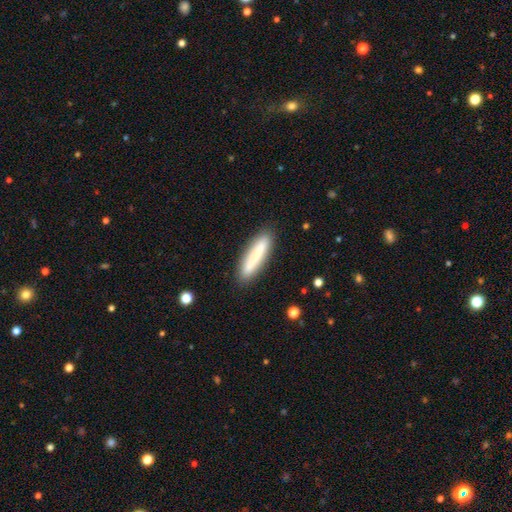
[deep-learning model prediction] Morphology: type=smooth (77%); roundness=cigar-shaped (82%); merging=none (87%).